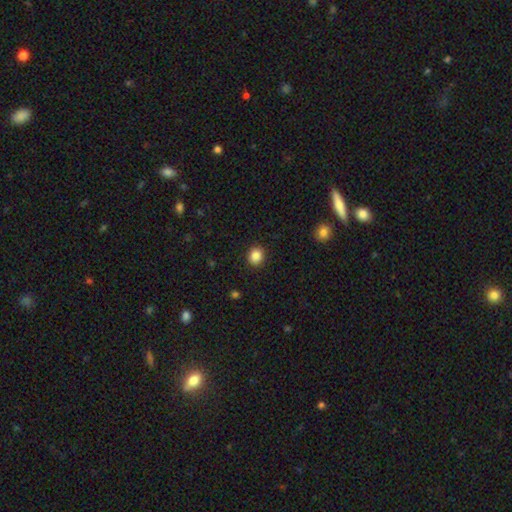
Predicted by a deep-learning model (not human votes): smooth_or_featured: smooth (p=0.87) [alt: star or artifact p=0.10]
how_rounded: round (p=0.79) [alt: in between p=0.20]
merging: none (p=0.91) [alt: minor disturbance p=0.06]